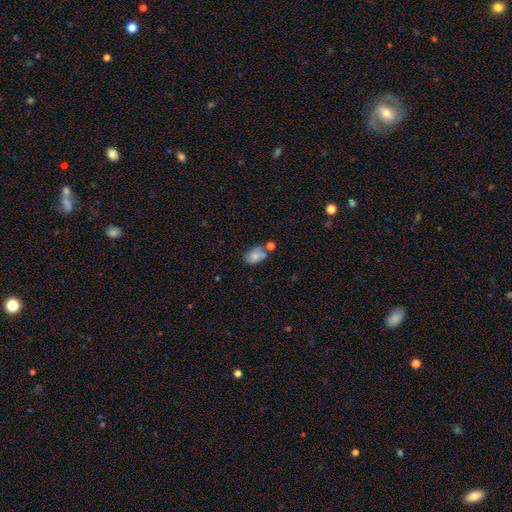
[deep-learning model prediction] Smooth or featured? smooth (69%)
How rounded? in between (84%)
Merging? none (40%)